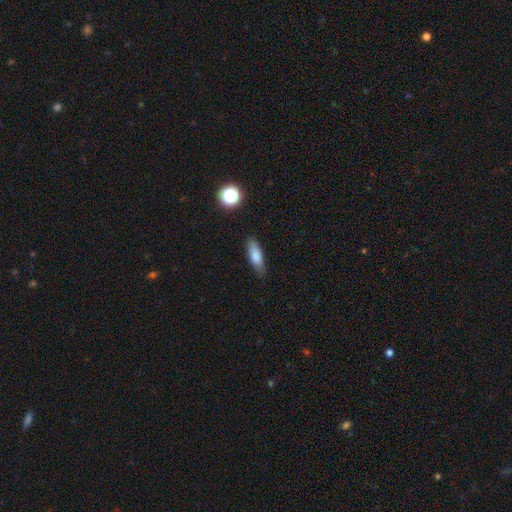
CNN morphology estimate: Smooth or featured?
  - smooth: 80% *
  - featured or disk: 12%
  - star or artifact: 8%
How rounded?
  - in between: 55% *
  - cigar-shaped: 42%
  - round: 3%
Merging?
  - none: 77% *
  - minor disturbance: 17%
  - major disturbance: 3%
  - merger: 2%